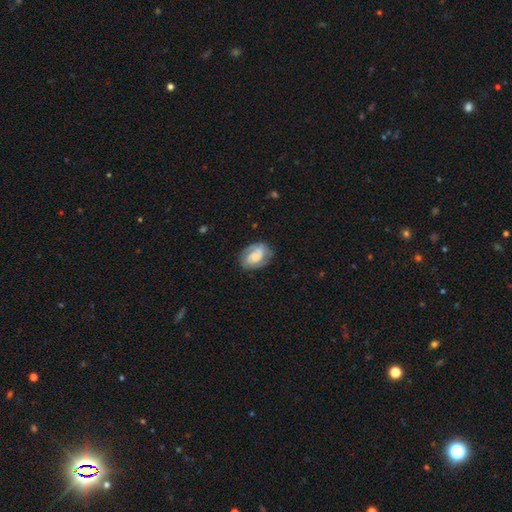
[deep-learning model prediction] Morphology: type=featured or disk (53%); edge-on=no (97%); bar=no (57%); spiral arms=yes (81%); bulge=small (32%); merging=none (68%).